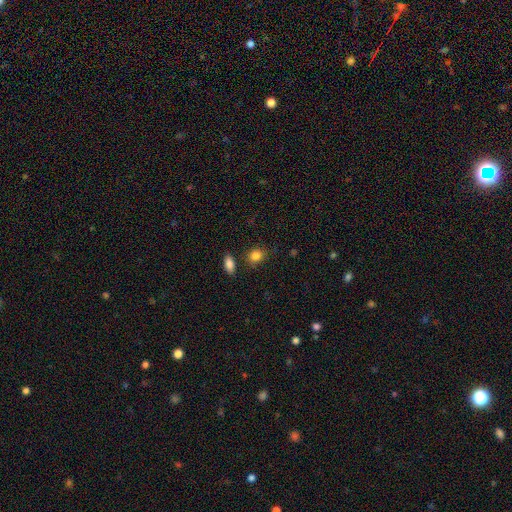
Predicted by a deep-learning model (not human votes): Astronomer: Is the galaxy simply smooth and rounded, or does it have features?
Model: smooth — 85%.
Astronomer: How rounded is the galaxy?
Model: round — 51% (runner-up: in between, 48%).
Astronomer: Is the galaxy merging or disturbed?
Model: none — 76%.